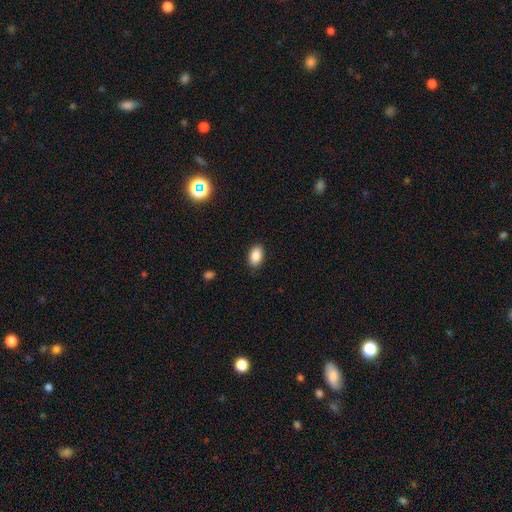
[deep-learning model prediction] Smooth or featured? Predicted: smooth (p=0.88). How rounded? Predicted: in between (p=0.91). Merging? Predicted: none (p=0.87).